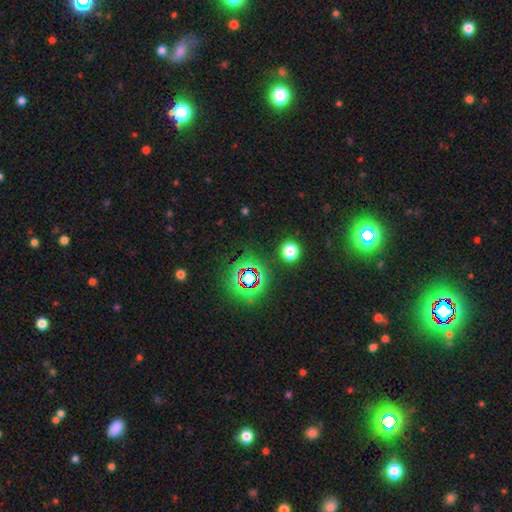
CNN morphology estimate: This is possibly a star or artifact rather than a galaxy (57%).